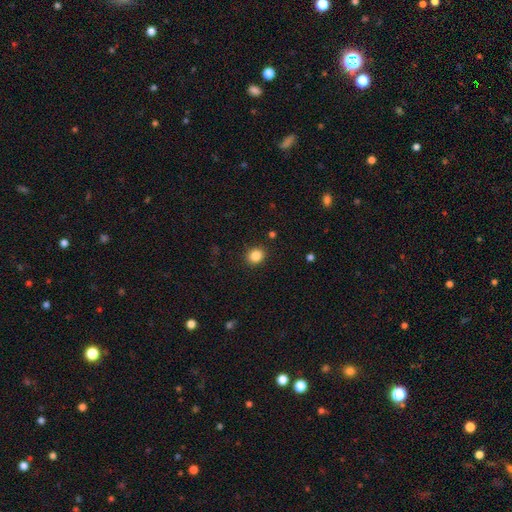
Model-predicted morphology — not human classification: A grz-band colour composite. It shows a smooth galaxy with no disk features (86%) that is round (69%). Merging: none (89%).